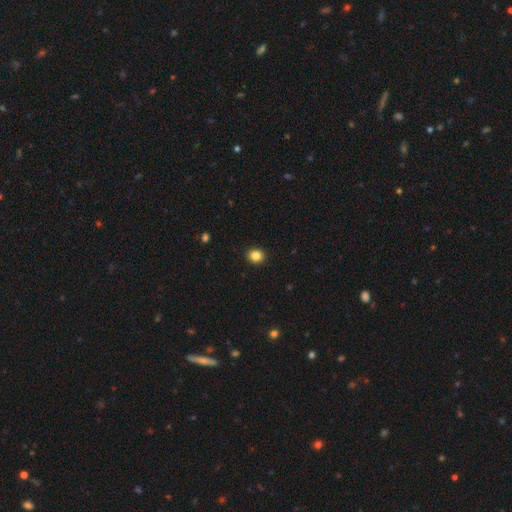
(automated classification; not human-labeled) smooth-or-featured: smooth: 85% | star or artifact: 10% | featured or disk: 4%
  how-rounded: round: 76% | in between: 23% | cigar-shaped: 1%
  merging: none: 92% | minor disturbance: 5% | major disturbance: 2% | merger: 1%